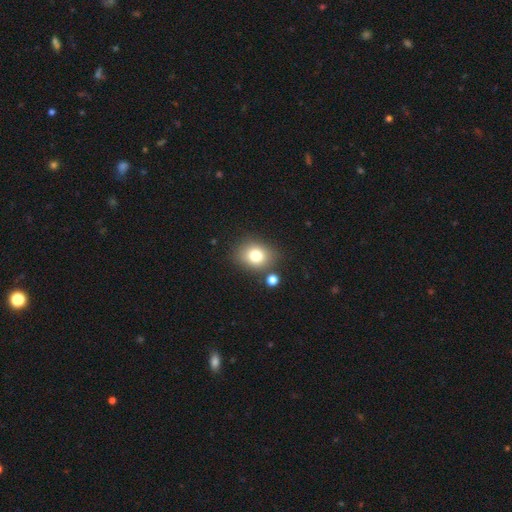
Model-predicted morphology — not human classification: This appears to be a smooth galaxy with no disk features (79%) that is round (56%). Merging: none (77%).